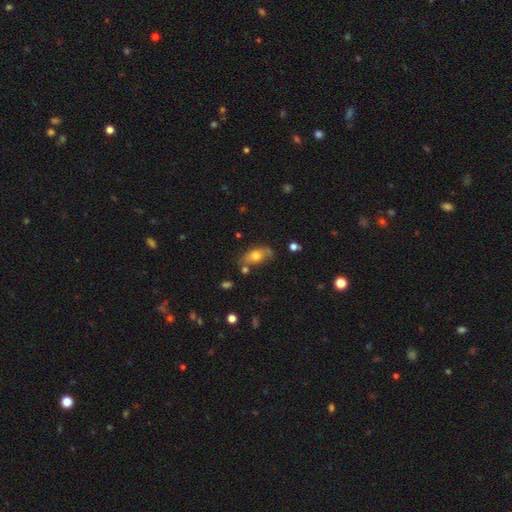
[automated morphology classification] A smooth galaxy with no disk features (68%) that is in between round and cigar-shaped (83%). Merging: none (59%).